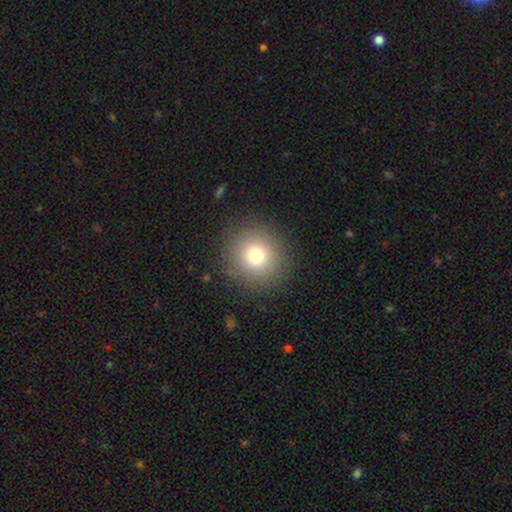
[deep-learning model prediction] Morphology: type=smooth (77%); roundness=round (94%); merging=none (89%).